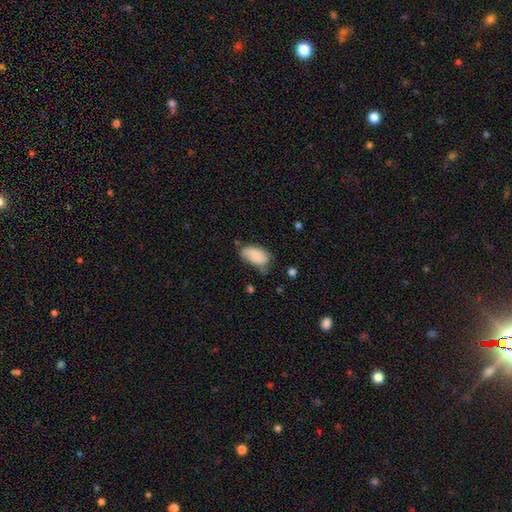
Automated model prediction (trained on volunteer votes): Q: Smooth or featured?
A: smooth (74%); runner-up: featured or disk (19%)
Q: How rounded?
A: in between (94%); runner-up: round (4%)
Q: Merging?
A: none (50%); runner-up: minor disturbance (37%)